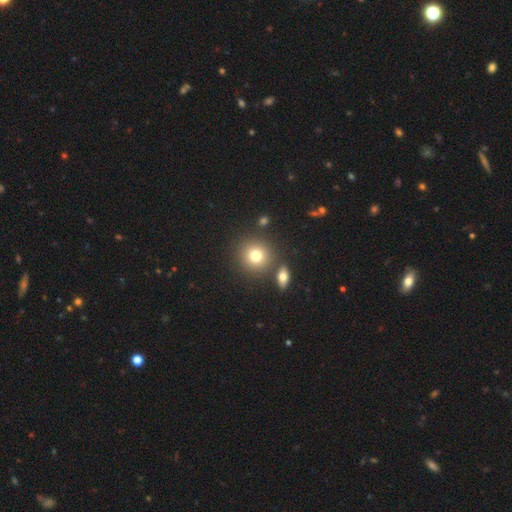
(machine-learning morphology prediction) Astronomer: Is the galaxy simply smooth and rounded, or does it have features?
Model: smooth — 77%.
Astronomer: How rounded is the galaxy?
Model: round — 91%.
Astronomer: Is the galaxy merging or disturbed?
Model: none — 80%.